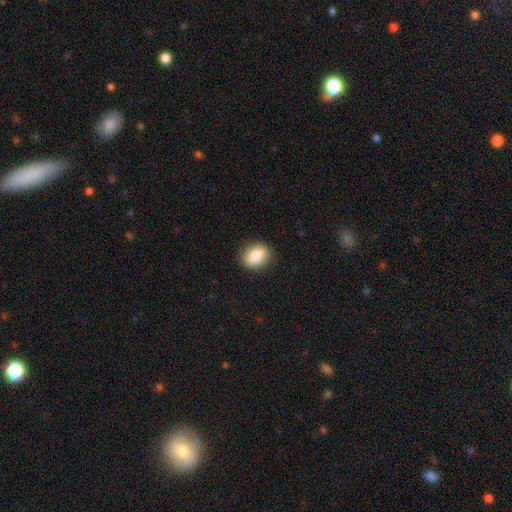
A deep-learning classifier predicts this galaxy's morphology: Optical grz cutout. It shows a smooth galaxy with no disk features (83%) that is in between round and cigar-shaped (61%). Merging: none (87%).